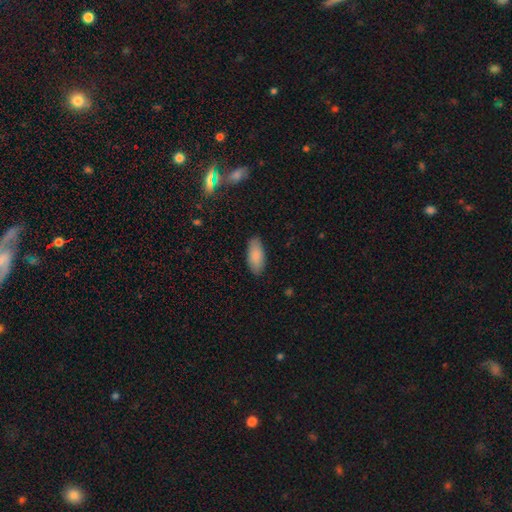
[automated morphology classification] type=smooth (87%); roundness=in between (86%); merging=none (86%).